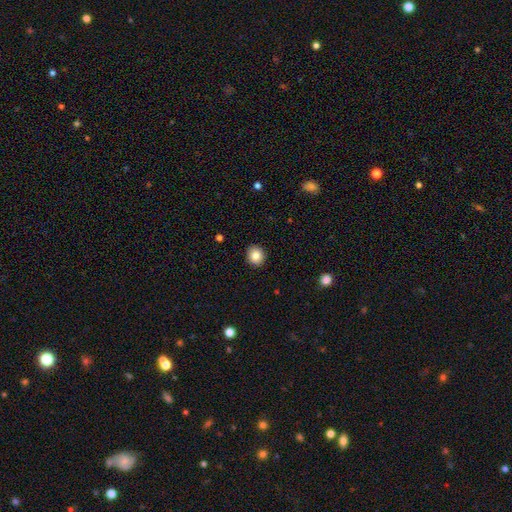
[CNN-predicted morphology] smooth-or-featured: smooth: 84% | star or artifact: 9% | featured or disk: 6%
  how-rounded: round: 82% | in between: 17% | cigar-shaped: 1%
  merging: none: 91% | minor disturbance: 6% | major disturbance: 2% | merger: 1%